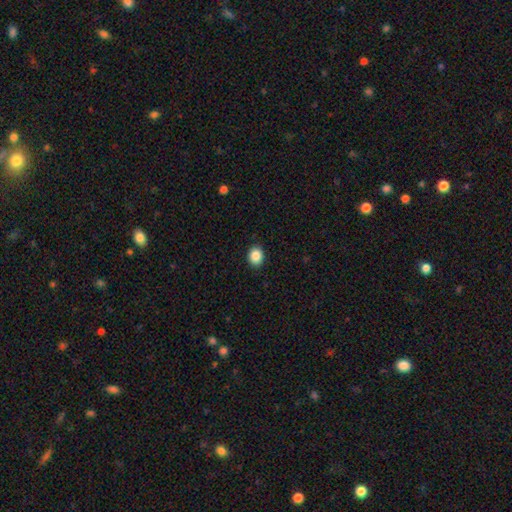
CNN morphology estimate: Smooth or featured? smooth (87%)
How rounded? round (55%)
Merging? none (90%)